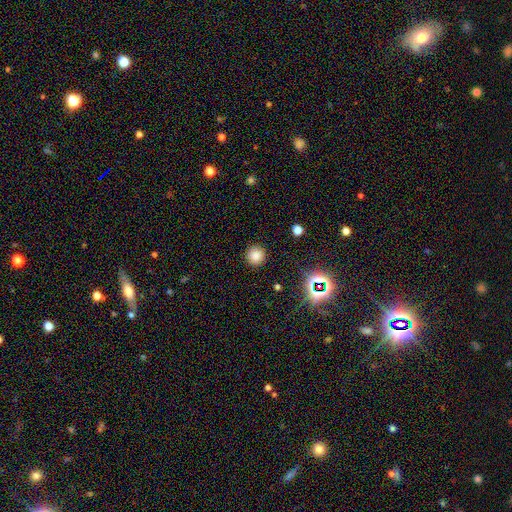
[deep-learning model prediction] smooth 79%, star or artifact 16%, featured or disk 5%. Down the decision tree: how rounded — round (93%); merging — none (90%).